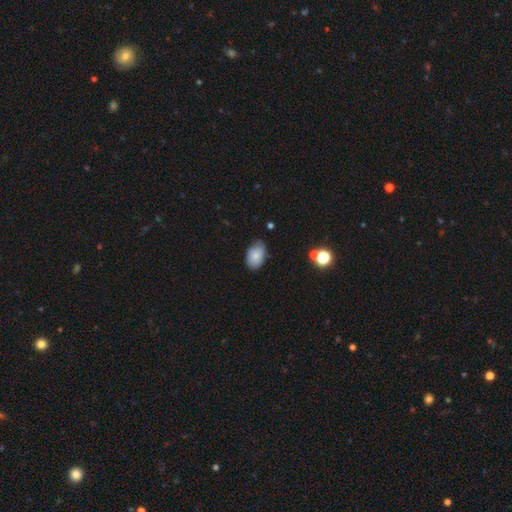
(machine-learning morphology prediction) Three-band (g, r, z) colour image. It shows a smooth galaxy with no disk features (82%) that is in between round and cigar-shaped (89%). Merging: none (76%).